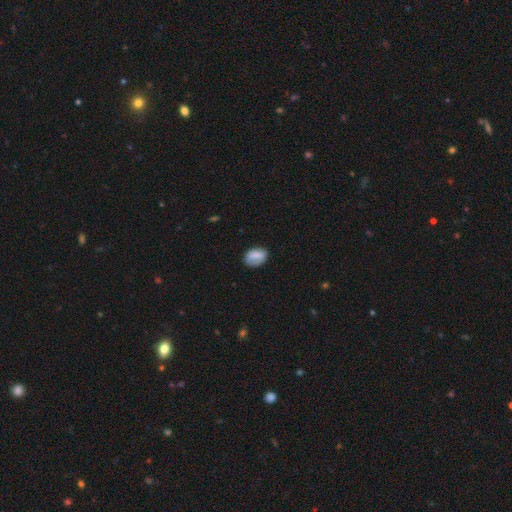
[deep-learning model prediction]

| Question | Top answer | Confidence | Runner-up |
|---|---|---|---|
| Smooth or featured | smooth | 78% | featured or disk (15%) |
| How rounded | in between | 77% | round (21%) |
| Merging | none | 74% | minor disturbance (19%) |